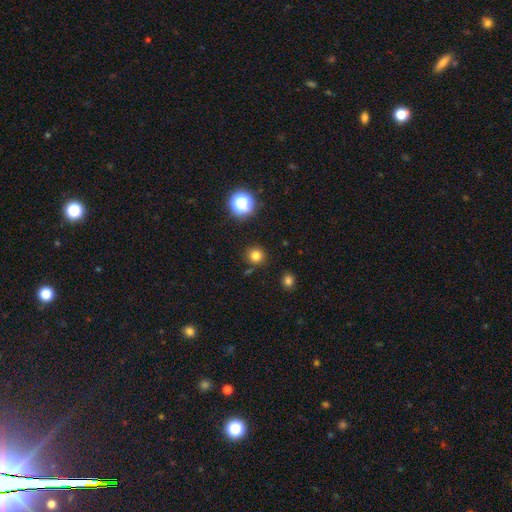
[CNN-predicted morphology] A smooth galaxy with no disk features (78%) that is round (93%). Merging: none (87%).